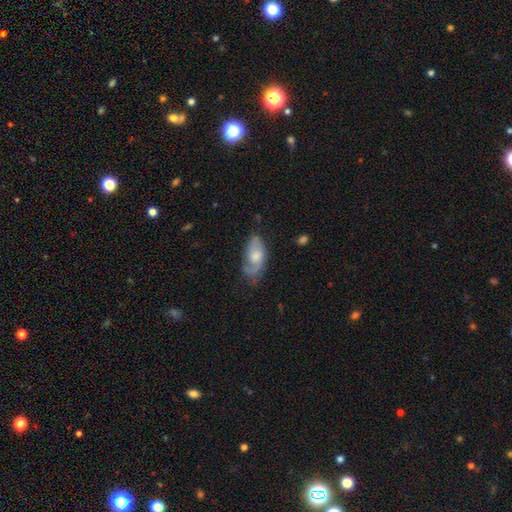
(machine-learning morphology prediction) Smooth or featured?
  - featured or disk: 56% *
  - smooth: 38%
  - star or artifact: 6%
Edge-on disk?
  - no: 92% *
  - yes: 8%
Bar?
  - no: 69% *
  - weak: 28%
  - strong: 4%
Spiral arms?
  - yes: 83% *
  - no: 17%
Bulge size?
  - moderate: 54% *
  - small: 22%
  - large: 17%
  - none: 6%
  - dominant: 2%
Merging?
  - none: 52% *
  - minor disturbance: 29%
  - major disturbance: 17%
  - merger: 3%